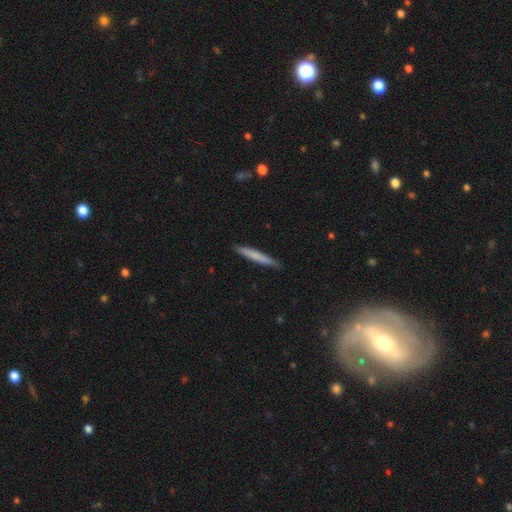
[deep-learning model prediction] This appears to be a smooth galaxy with no disk features (69%) that is cigar-shaped (96%). Merging: none (88%).